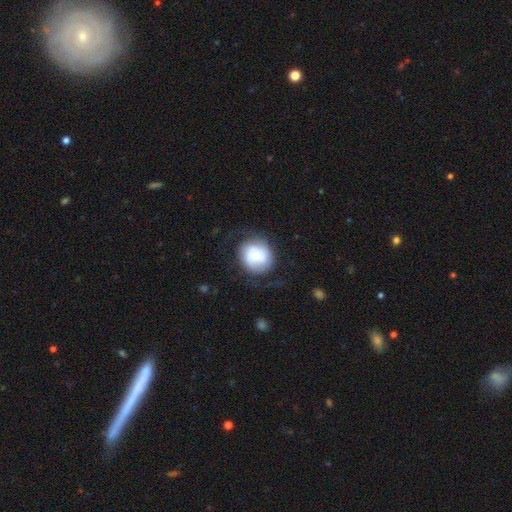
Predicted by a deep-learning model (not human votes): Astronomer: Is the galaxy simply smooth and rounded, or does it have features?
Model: smooth — 52% (runner-up: featured or disk, 40%).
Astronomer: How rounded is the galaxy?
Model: round — 83%.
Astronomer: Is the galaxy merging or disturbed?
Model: none — 67%.